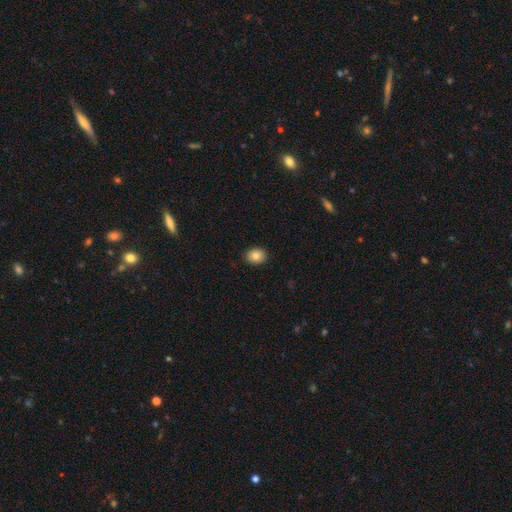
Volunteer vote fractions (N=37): This is clearly a smooth galaxy (84%). How rounded: possibly round (52%). Merging: clearly none (97%).